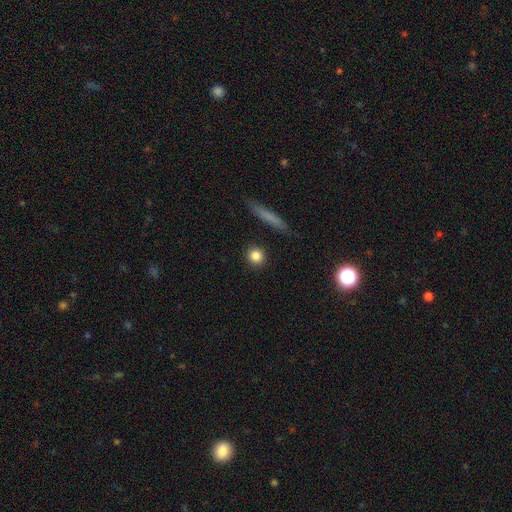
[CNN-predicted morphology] smooth_or_featured: smooth (p=0.83) [alt: star or artifact p=0.09]
how_rounded: round (p=0.87) [alt: in between p=0.09]
merging: none (p=0.90) [alt: minor disturbance p=0.06]